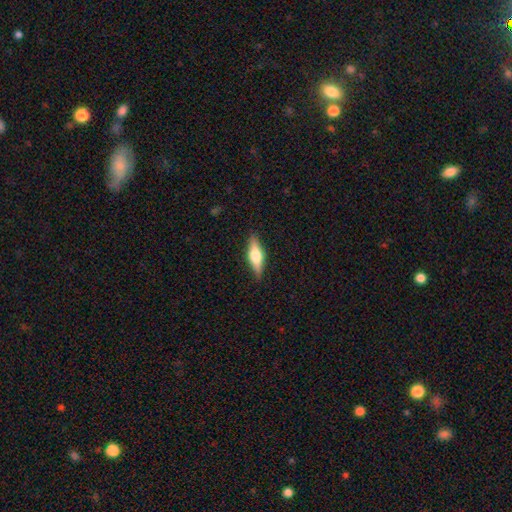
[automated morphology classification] This is possibly a featured or disk galaxy (50%). It is clearly viewed edge-on (94%). Merging: clearly none (88%).